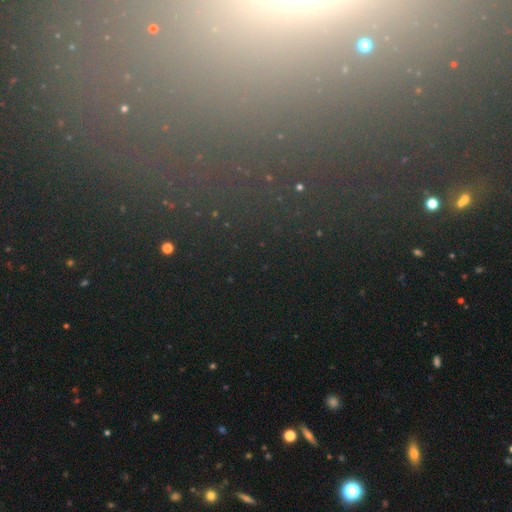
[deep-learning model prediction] This is likely a star or artifact rather than a galaxy (72%).